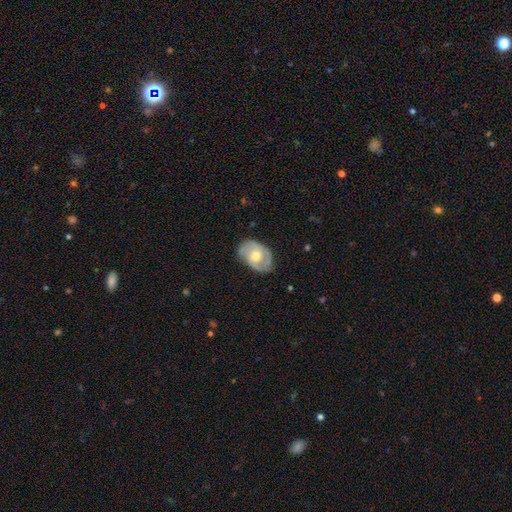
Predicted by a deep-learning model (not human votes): The model was most divided on "spiral winding": tight: 44%, medium: 41%, loose: 15%. More confident: edge-on disk — no (95%); spiral arms — yes (81%); merging — none (71%); bar — no (69%); smooth or featured — featured or disk (67%); bulge size — moderate (62%); spiral arm count — 2 (60%).